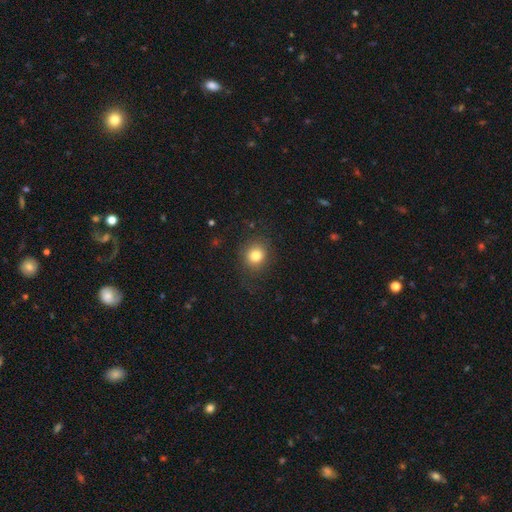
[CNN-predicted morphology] This appears to be a smooth galaxy with no disk features (81%) that is round (81%). Merging: none (83%).